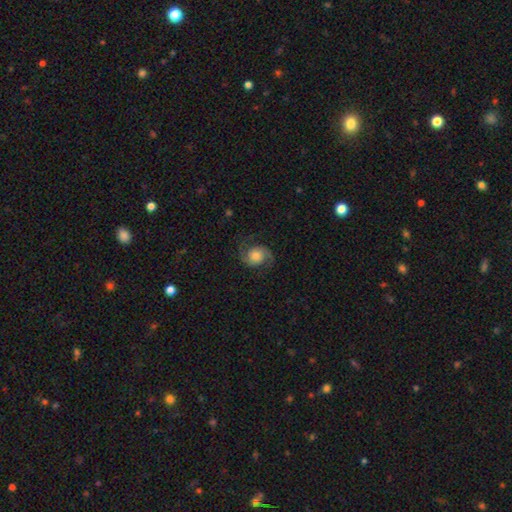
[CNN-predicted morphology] Overall: featured or disk (79%). Edge-on disk: no (98%). Bar: no (75%). Spiral arms: yes (96%). Spiral arm count: 2 (93%). Spiral winding: medium (49%; loose 34%). Bulge size: moderate (45%; small 24%). Merging: none (77%).